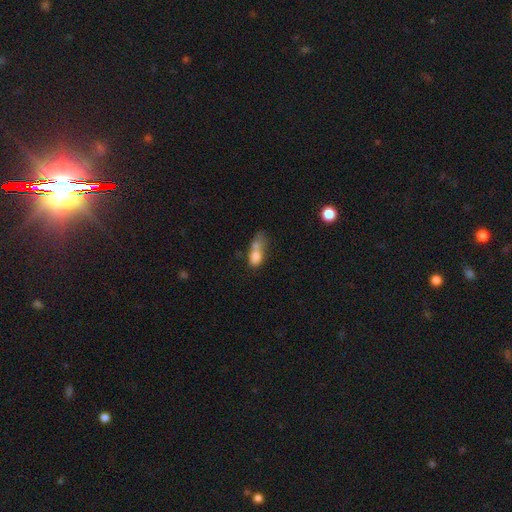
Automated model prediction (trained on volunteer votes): Morphology: type=smooth (71%); roundness=in between (72%); merging=merger (48%).